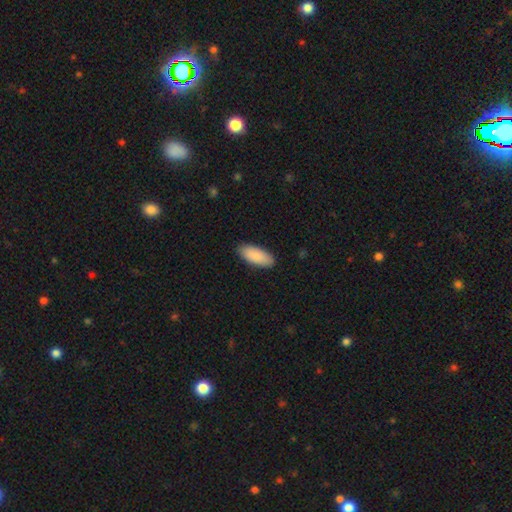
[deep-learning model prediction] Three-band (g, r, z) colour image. It shows a smooth galaxy with no disk features (90%) that is in between round and cigar-shaped (84%). Merging: none (88%).